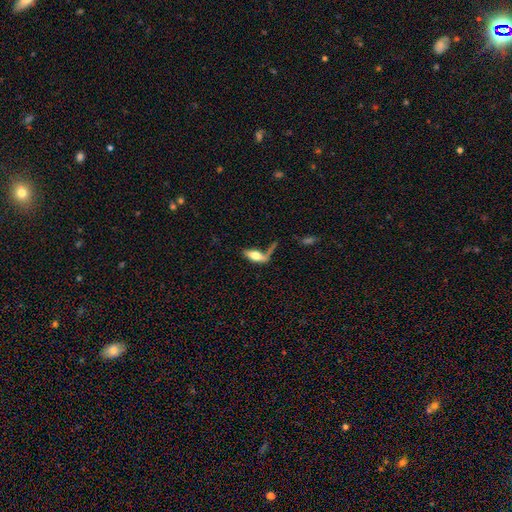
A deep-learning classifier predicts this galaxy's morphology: This is likely a smooth galaxy (64%). How rounded: likely in between (69%). Merging: marginally none (41%).